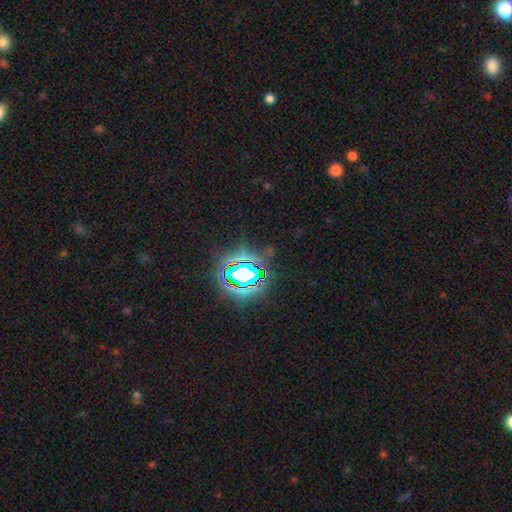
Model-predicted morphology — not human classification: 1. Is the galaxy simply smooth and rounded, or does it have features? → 82% star or artifact, 12% smooth, 6% featured or disk.